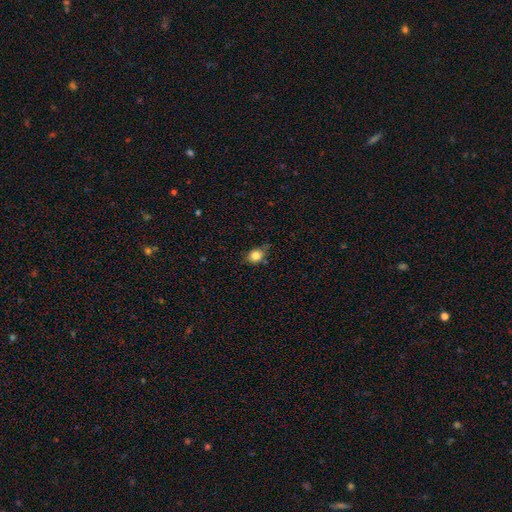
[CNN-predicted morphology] Smooth or featured? smooth (82%)
How rounded? round (62%)
Merging? none (63%)